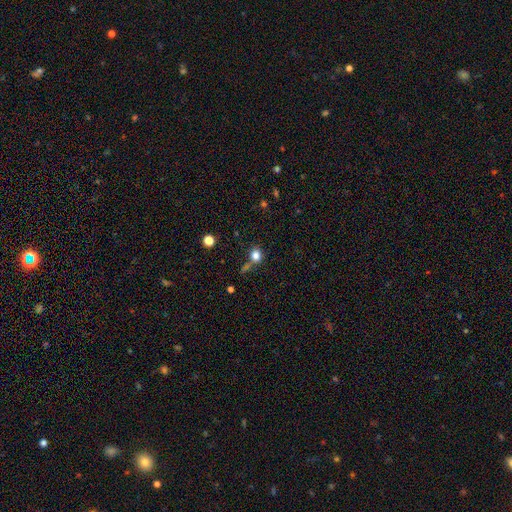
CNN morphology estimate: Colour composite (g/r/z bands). It shows a smooth galaxy with no disk features (80%) that is round (70%). Merging: none (60%).